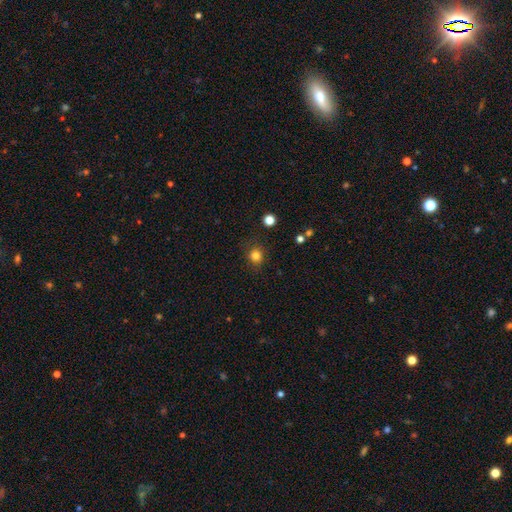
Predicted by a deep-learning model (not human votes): Q: Smooth or featured?
A: smooth (83%); runner-up: star or artifact (13%)
Q: How rounded?
A: round (85%); runner-up: in between (14%)
Q: Merging?
A: none (87%); runner-up: minor disturbance (9%)